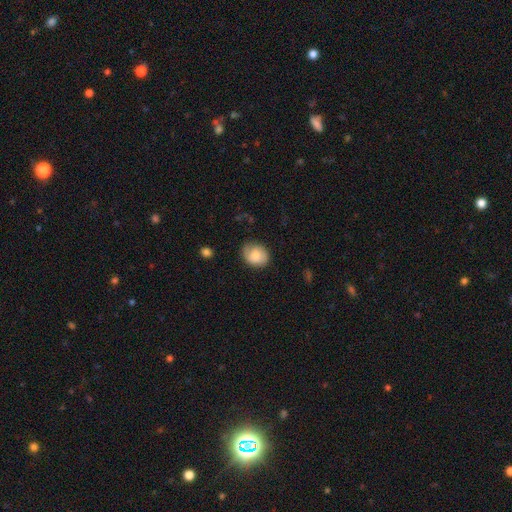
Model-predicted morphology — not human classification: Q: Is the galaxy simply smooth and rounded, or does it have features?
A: smooth — 64%.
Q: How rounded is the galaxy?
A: round — 59%.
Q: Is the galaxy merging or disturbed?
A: none — 71%.